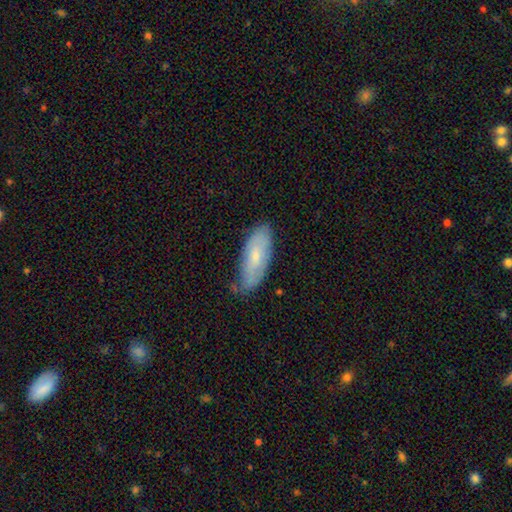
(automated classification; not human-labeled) Smooth or featured: smooth — 63% (featured or disk — 30%)
How rounded: in between — 76% (cigar-shaped — 22%)
Merging: none — 66% (minor disturbance — 27%)